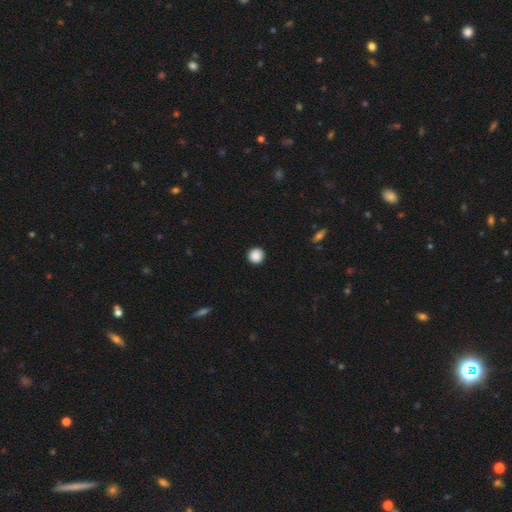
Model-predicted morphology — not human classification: smooth 89%, star or artifact 9%, featured or disk 2%. Down the decision tree: how rounded — round (95%); merging — none (93%).